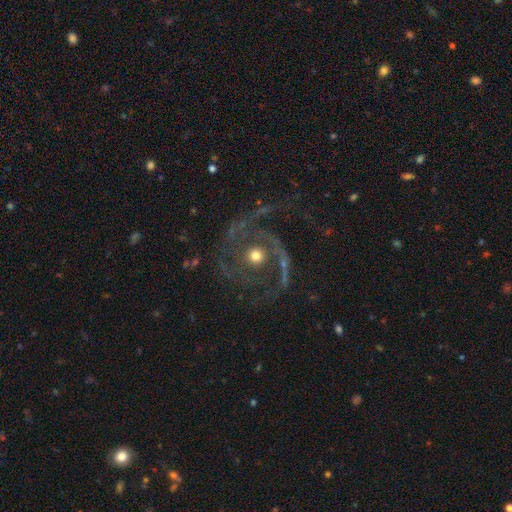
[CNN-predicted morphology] This appears to be a featured or disk galaxy (77%) with no bar (84%), 2 (39%) medium (40%) spiral arms (78%) and a moderate central bulge (61%). Merging: none (58%).